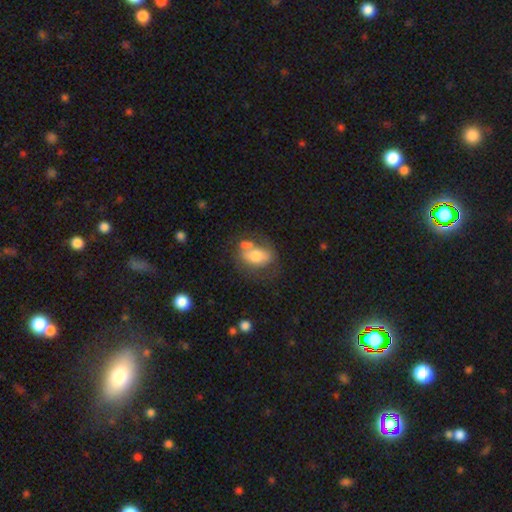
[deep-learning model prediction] The model was most divided on "merging": none: 38%, merger: 25%, minor disturbance: 21%, major disturbance: 16%. More confident: how rounded — in between (81%); smooth or featured — smooth (61%).